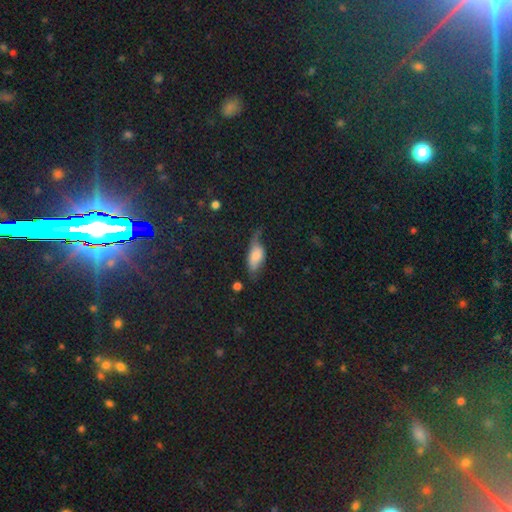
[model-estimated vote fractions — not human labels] A smooth galaxy with no disk features (62%) that is in between round and cigar-shaped (81%).

Vote fractions:
- Smooth or featured? smooth: 62% / featured or disk: 27% / star or artifact: 11%
- How rounded? in between: 81% / cigar-shaped: 14% / round: 6%
- Merging? none: 38% / minor disturbance: 35% / major disturbance: 23% / merger: 4%